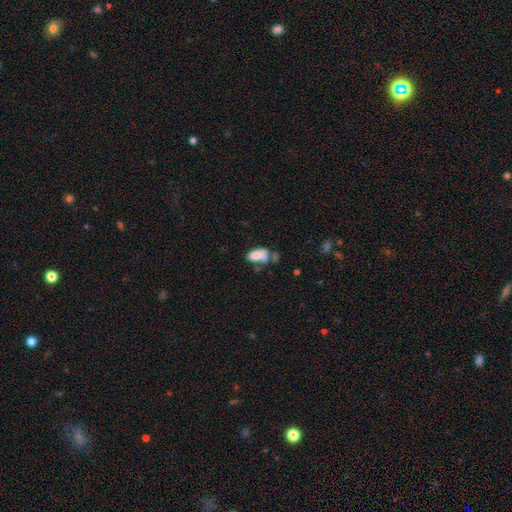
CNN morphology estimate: The model was most divided on "merging": none: 30%, merger: 26%, minor disturbance: 24%, major disturbance: 19%. More confident: how rounded — in between (92%); smooth or featured — smooth (75%).